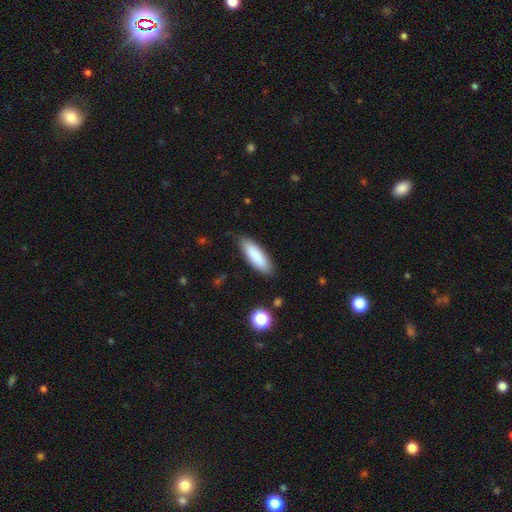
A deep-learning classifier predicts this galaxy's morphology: A smooth galaxy with no disk features (86%) that is in between round and cigar-shaped (52%). Merging: none (85%).